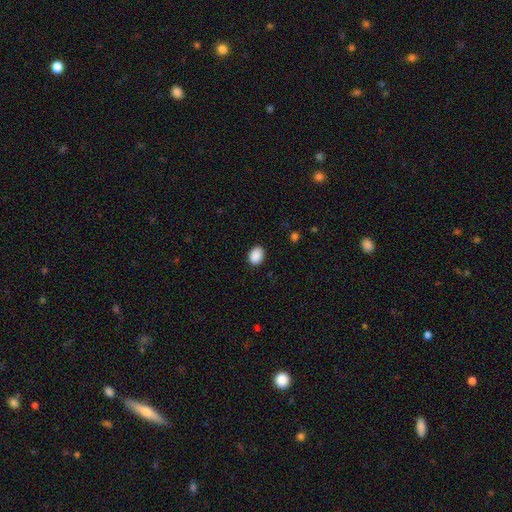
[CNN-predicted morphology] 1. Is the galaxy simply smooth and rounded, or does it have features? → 90% smooth, 8% star or artifact, 2% featured or disk.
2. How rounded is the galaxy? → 67% in between, 32% round, 1% cigar-shaped.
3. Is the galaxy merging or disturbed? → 87% none, 9% minor disturbance, 2% major disturbance, 1% merger.